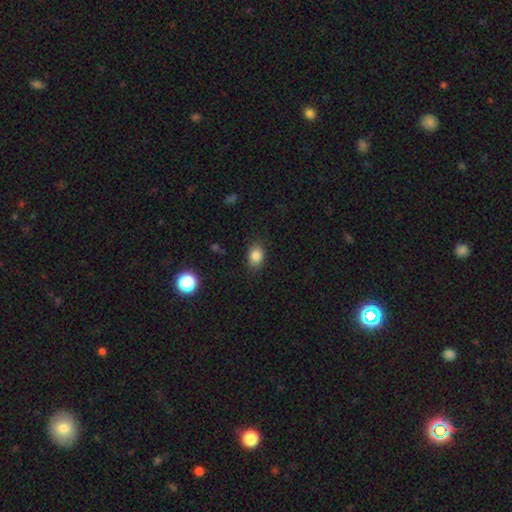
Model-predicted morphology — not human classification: smooth 84%, star or artifact 10%, featured or disk 6%. Down the decision tree: how rounded — in between (73%); merging — none (83%).